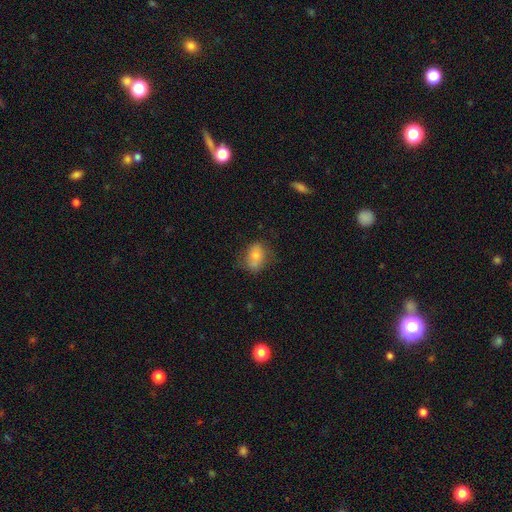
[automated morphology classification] This appears to be a smooth galaxy with no disk features (69%) that is in between round and cigar-shaped (76%). Merging: none (61%).